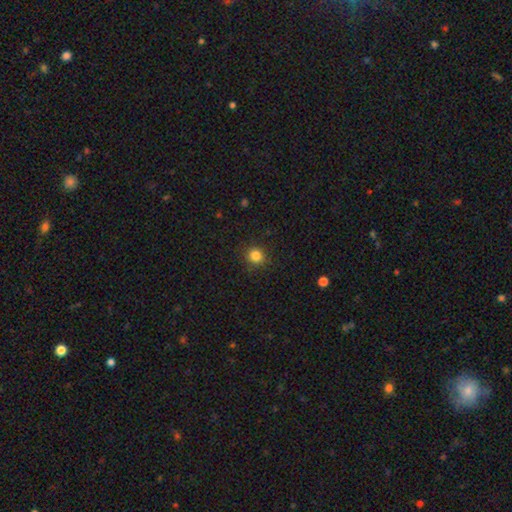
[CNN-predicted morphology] The model was most divided on "smooth or featured": smooth: 84%, star or artifact: 12%, featured or disk: 4%. More confident: how rounded — round (92%); merging — none (90%).